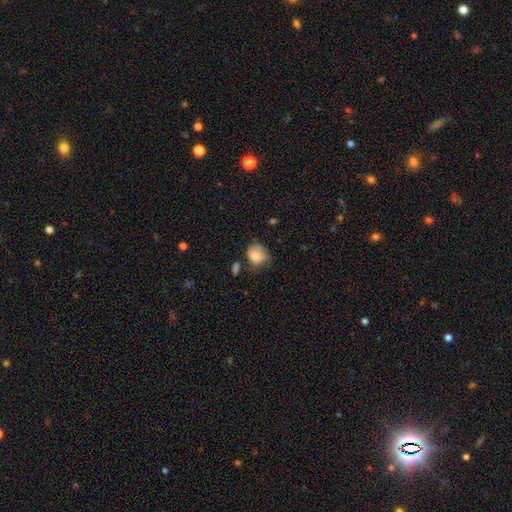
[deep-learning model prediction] This is likely a smooth galaxy (75%). How rounded: likely round (61%). Merging: marginally none (38%).